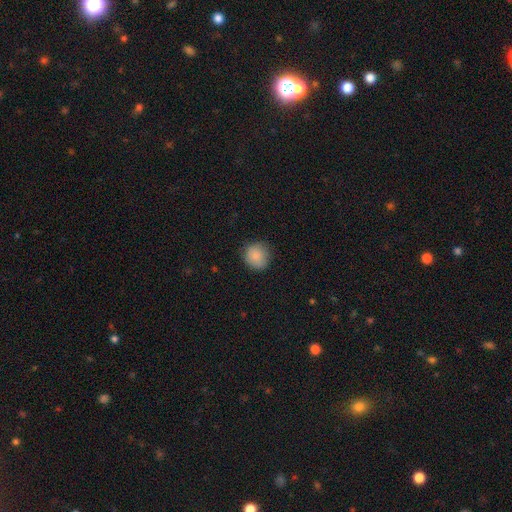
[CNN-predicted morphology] A smooth galaxy with no disk features (87%) that is round (90%).

Vote fractions:
- Smooth or featured? smooth: 87% / star or artifact: 8% / featured or disk: 5%
- How rounded? round: 90% / in between: 9% / cigar-shaped: 1%
- Merging? none: 82% / minor disturbance: 14% / major disturbance: 3% / merger: 1%